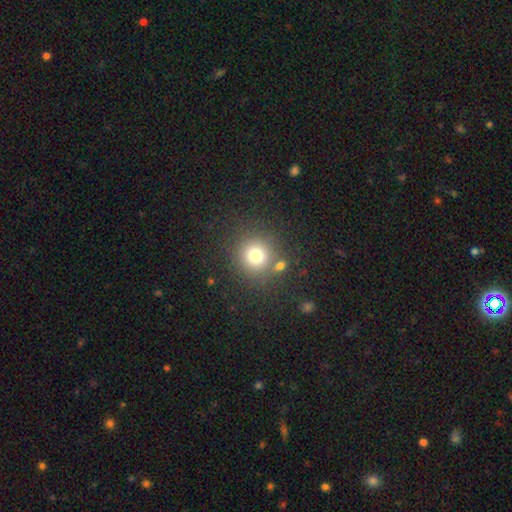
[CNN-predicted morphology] Smooth or featured? smooth (76%)
How rounded? round (92%)
Merging? none (79%)